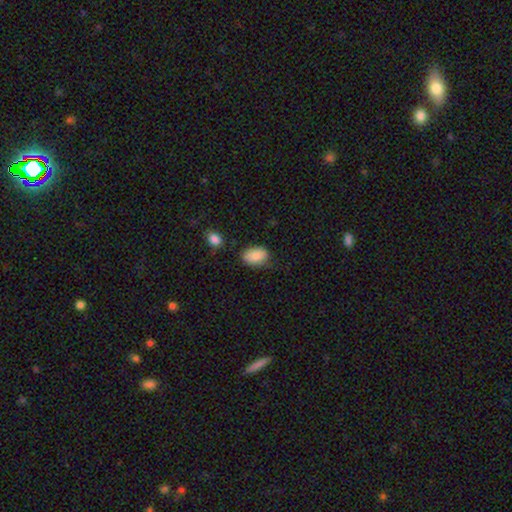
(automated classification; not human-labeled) A smooth galaxy with no disk features (86%) that is in between round and cigar-shaped (89%). Merging: none (65%).